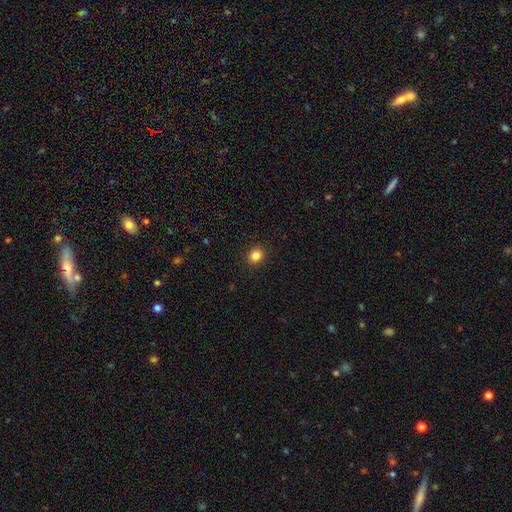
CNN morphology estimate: This appears to be a smooth galaxy with no disk features (84%) that is round (87%). Merging: none (92%).